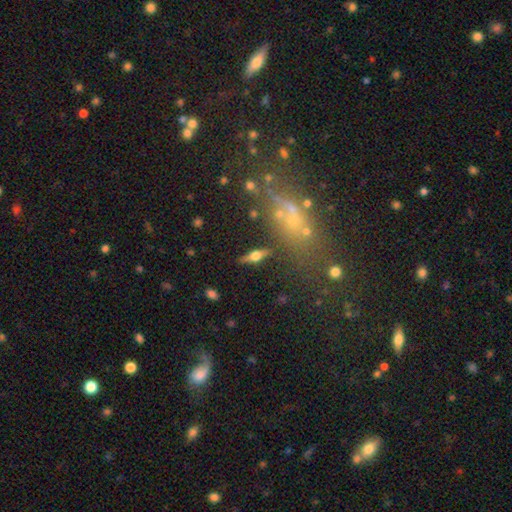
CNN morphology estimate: featured or disk 62%, smooth 30%, star or artifact 9%. Down the decision tree: edge-on disk — yes (91%); edge-on bulge — rounded (93%); merging — none (82%).